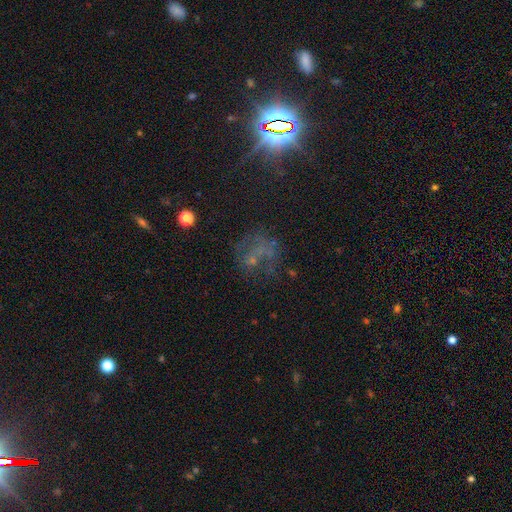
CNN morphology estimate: Overall: star or artifact (50%; featured or disk 29%).